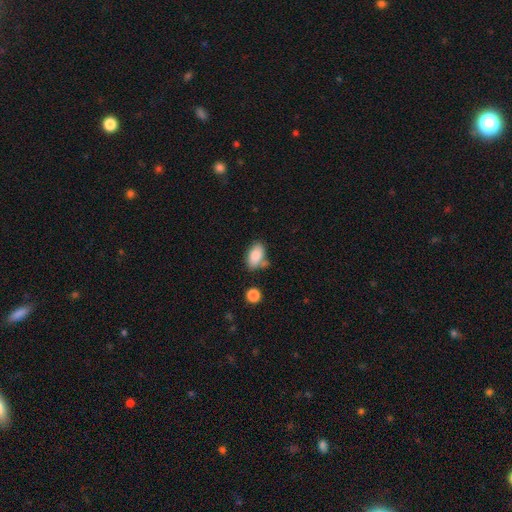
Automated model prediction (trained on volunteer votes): Smooth or featured? smooth (85%)
How rounded? in between (92%)
Merging? none (62%)